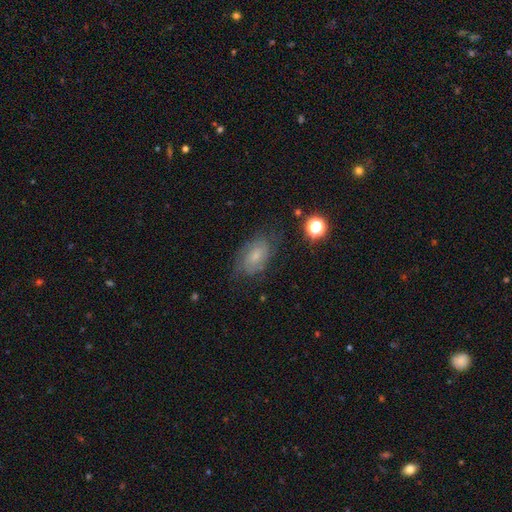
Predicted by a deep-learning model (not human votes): Q: Smooth or featured?
A: featured or disk (49%); runner-up: smooth (39%)
Q: Merging?
A: none (67%); runner-up: minor disturbance (22%)